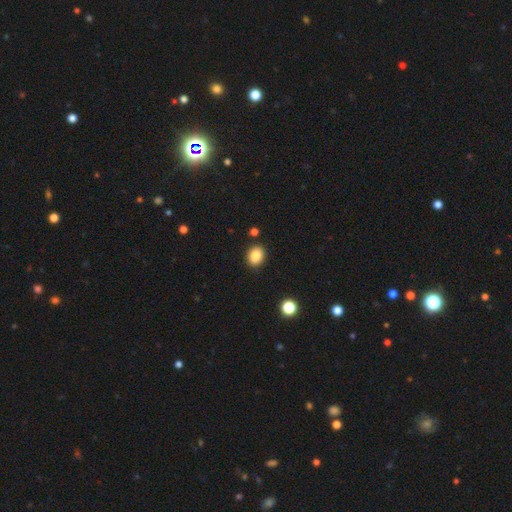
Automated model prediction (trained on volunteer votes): Smooth or featured? smooth (87%)
How rounded? in between (51%)
Merging? none (87%)